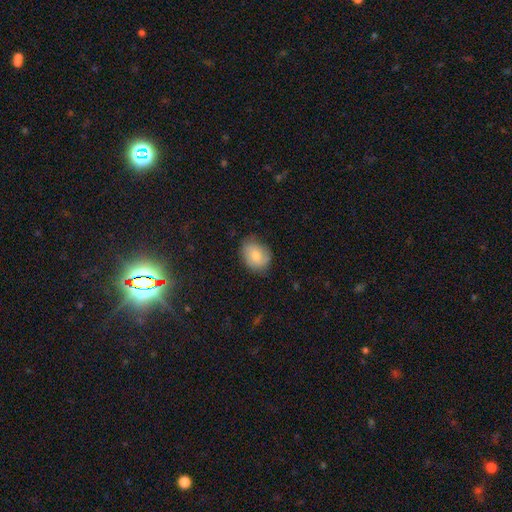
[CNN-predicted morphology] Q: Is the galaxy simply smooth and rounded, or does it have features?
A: smooth — 72%.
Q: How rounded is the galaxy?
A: in between — 55%.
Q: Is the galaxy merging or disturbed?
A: none — 70%.